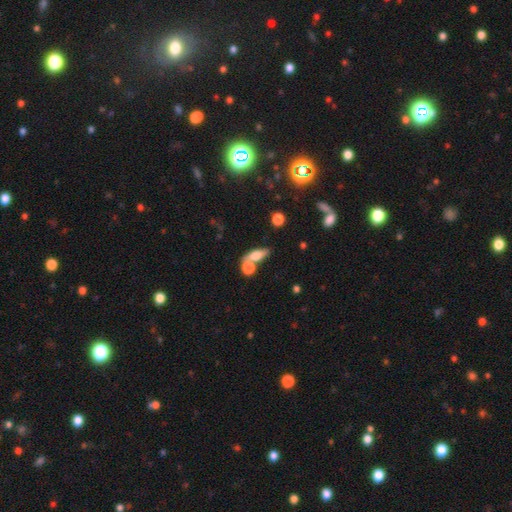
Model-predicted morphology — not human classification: Smooth or featured: smooth — 63% (featured or disk — 27%)
How rounded: in between — 60% (cigar-shaped — 29%)
Merging: none — 52% (merger — 30%)